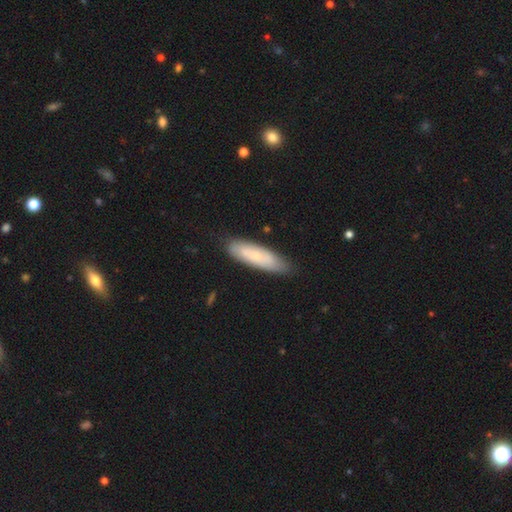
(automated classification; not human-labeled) Overall: smooth (60%; featured or disk 33%). How rounded: cigar-shaped (56%; in between 42%). Merging: none (80%).